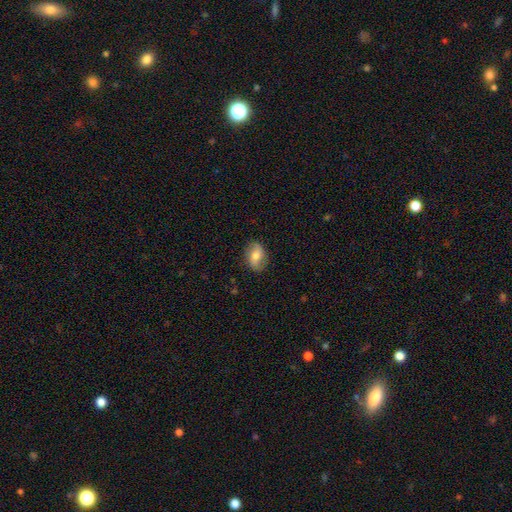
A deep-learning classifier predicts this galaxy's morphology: smooth 56%, featured or disk 36%, star or artifact 8%. Down the decision tree: how rounded — in between (79%); merging — none (82%).